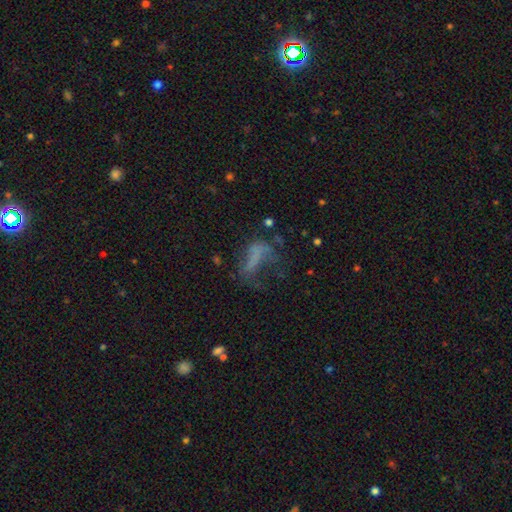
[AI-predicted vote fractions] A smooth galaxy with no disk features (42%).

Vote fractions:
- Smooth or featured? smooth: 42% / featured or disk: 37% / star or artifact: 21%
- Merging? major disturbance: 46% / none: 30% / minor disturbance: 18% / merger: 7%